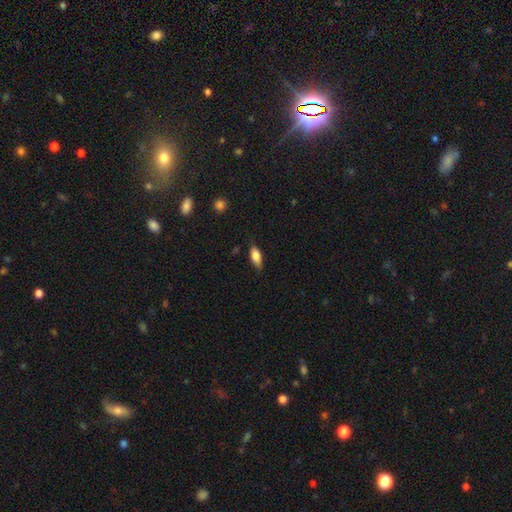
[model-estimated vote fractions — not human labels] A smooth galaxy with no disk features (76%) that is in between round and cigar-shaped (80%).

Vote fractions:
- Smooth or featured? smooth: 76% / featured or disk: 17% / star or artifact: 7%
- How rounded? in between: 80% / cigar-shaped: 17% / round: 3%
- Merging? none: 76% / minor disturbance: 19% / major disturbance: 4% / merger: 1%